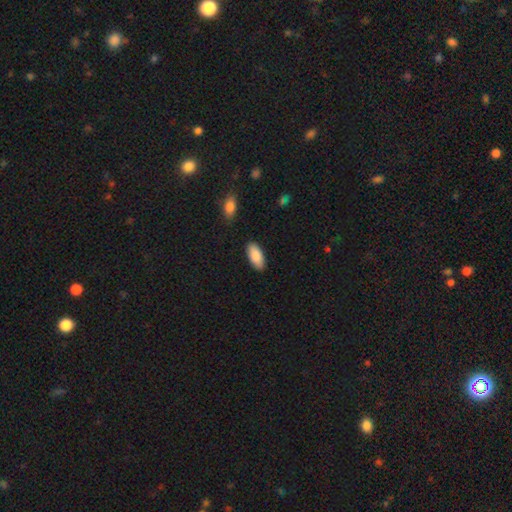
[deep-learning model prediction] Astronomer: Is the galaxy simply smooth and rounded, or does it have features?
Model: smooth — 88%.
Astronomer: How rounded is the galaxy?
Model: in between — 92%.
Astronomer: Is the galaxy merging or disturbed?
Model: none — 88%.